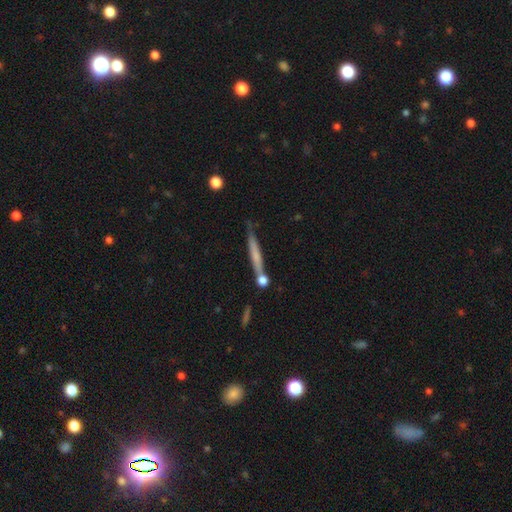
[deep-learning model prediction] Morphology: type=smooth (51%); roundness=cigar-shaped (93%); merging=none (68%).